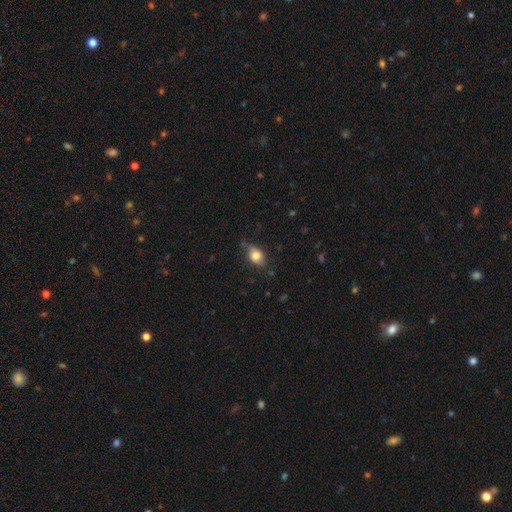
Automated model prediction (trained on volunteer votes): Smooth or featured?
  - smooth: 79% *
  - featured or disk: 13%
  - star or artifact: 8%
How rounded?
  - in between: 73% *
  - round: 24%
  - cigar-shaped: 3%
Merging?
  - none: 65% *
  - minor disturbance: 27%
  - major disturbance: 6%
  - merger: 2%